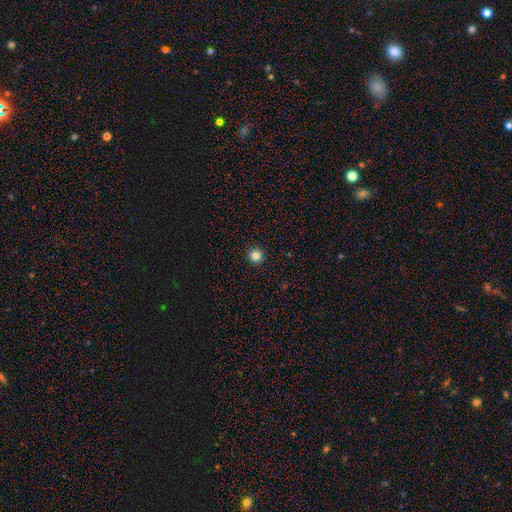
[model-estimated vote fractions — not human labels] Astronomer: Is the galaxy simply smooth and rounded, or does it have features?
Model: smooth — 83%.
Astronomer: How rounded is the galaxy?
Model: round — 96%.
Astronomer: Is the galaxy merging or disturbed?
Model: none — 94%.